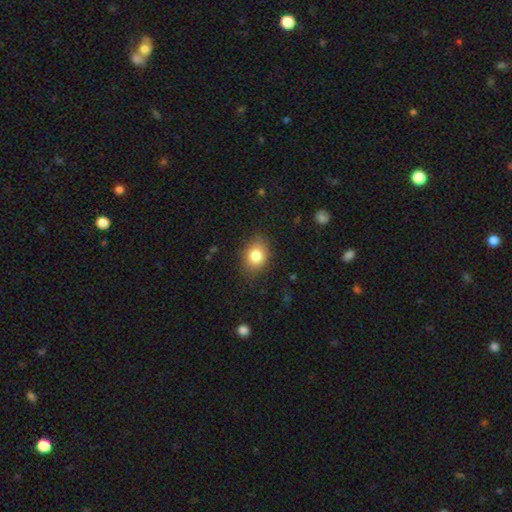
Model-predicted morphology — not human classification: Q: Smooth or featured?
A: smooth (83%); runner-up: star or artifact (9%)
Q: How rounded?
A: in between (67%); runner-up: round (32%)
Q: Merging?
A: none (81%); runner-up: minor disturbance (15%)